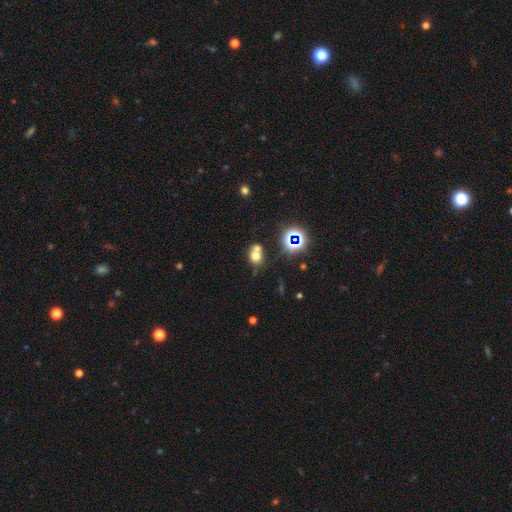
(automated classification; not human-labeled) Smooth or featured? smooth (65%)
How rounded? round (69%)
Merging? none (42%, tied with merger)